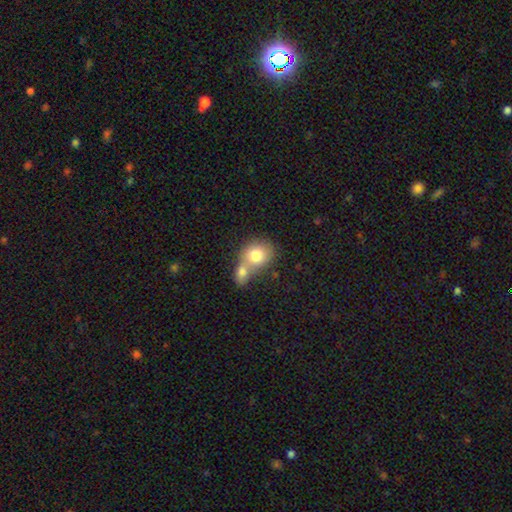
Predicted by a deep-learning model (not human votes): The model was most divided on "how rounded": round: 65%, in between: 34%, cigar-shaped: 1%. More confident: smooth or featured — smooth (77%); merging — merger (63%).